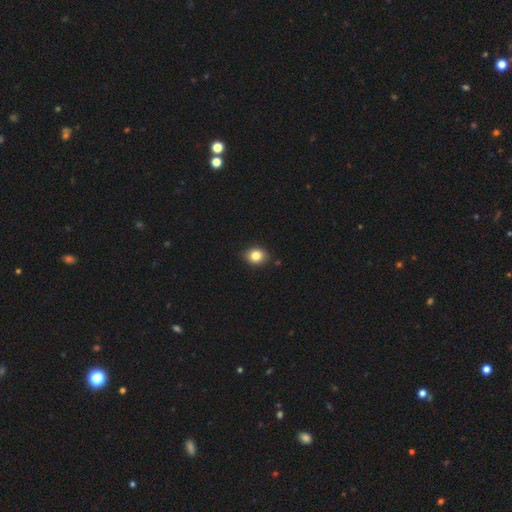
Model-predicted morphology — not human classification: Smooth or featured? smooth (84%)
How rounded? round (55%)
Merging? none (86%)